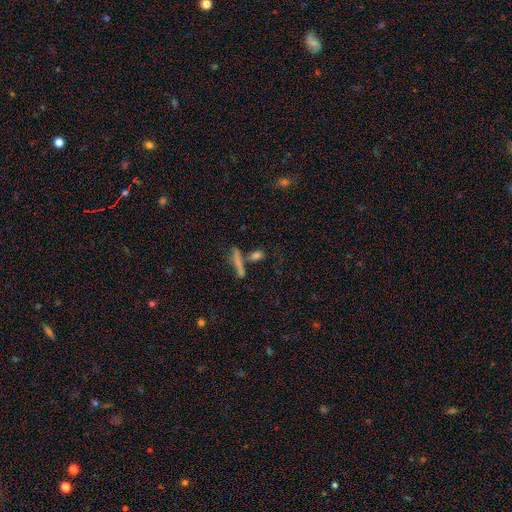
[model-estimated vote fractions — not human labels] Smooth or featured? smooth (62%)
How rounded? cigar-shaped (69%)
Merging? none (59%)